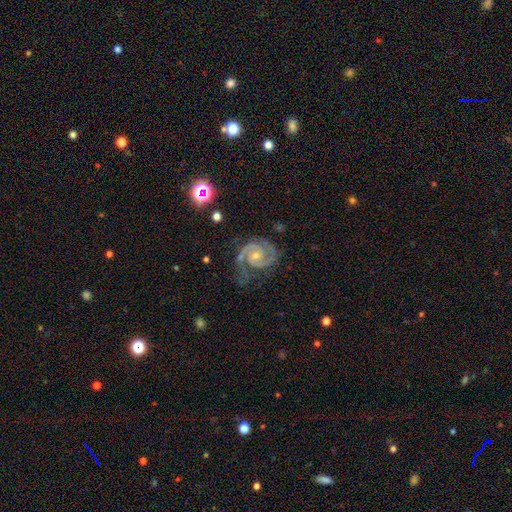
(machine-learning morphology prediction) A featured or disk galaxy (91%) with no bar (64%), 2 (88%) tight (52%) spiral arms (98%) and a small central bulge (60%). Merging: none (69%).